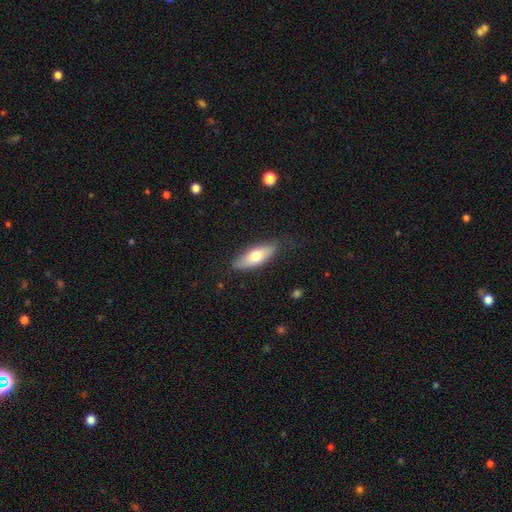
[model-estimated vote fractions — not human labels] Smooth or featured?
  - smooth: 64% *
  - featured or disk: 30%
  - star or artifact: 6%
How rounded?
  - in between: 67% *
  - cigar-shaped: 30%
  - round: 3%
Merging?
  - none: 78% *
  - minor disturbance: 17%
  - major disturbance: 4%
  - merger: 1%